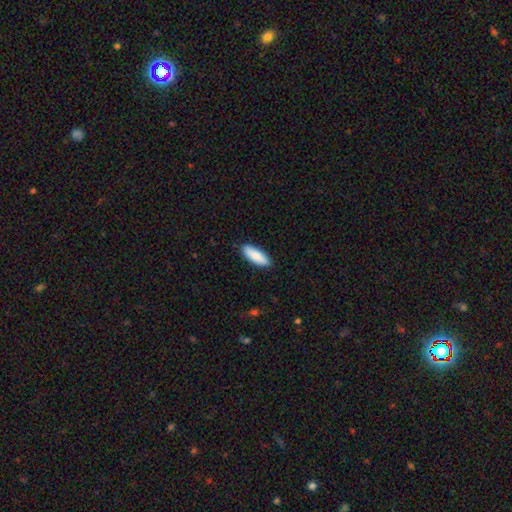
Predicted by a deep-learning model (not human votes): This is clearly a smooth galaxy (86%). How rounded: likely in between (61%). Merging: clearly none (90%).